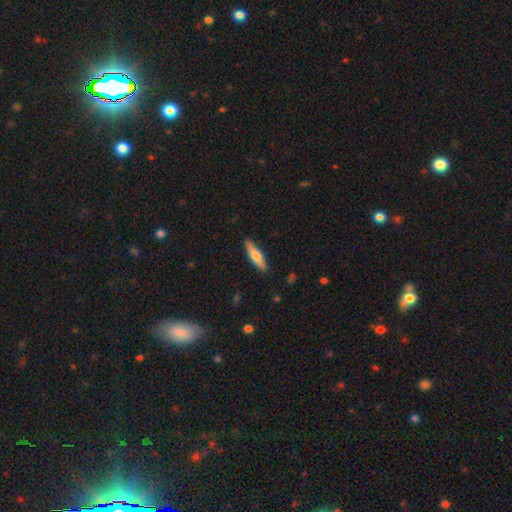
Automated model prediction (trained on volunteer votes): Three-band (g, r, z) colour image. It shows a smooth galaxy with no disk features (57%) that is cigar-shaped (72%). Merging: none (89%).